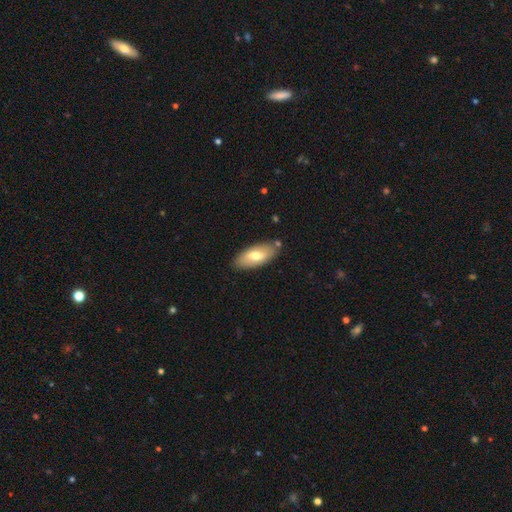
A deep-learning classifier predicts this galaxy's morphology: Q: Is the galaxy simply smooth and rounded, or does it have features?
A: smooth — 68%.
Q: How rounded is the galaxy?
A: in between — 87%.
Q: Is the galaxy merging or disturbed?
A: none — 82%.